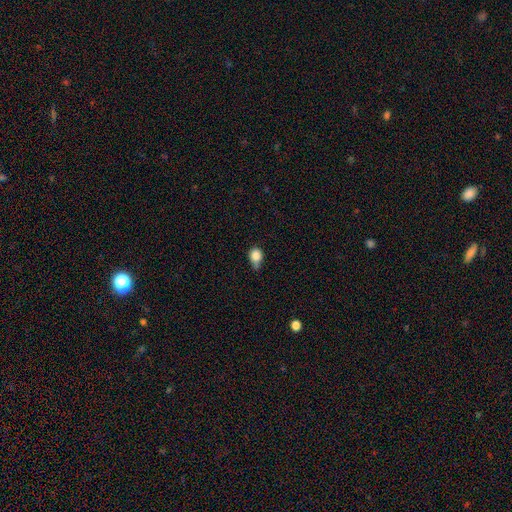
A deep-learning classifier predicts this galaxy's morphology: Overall: smooth (83%). How rounded: round (58%; in between 40%). Merging: minor disturbance (47%; none 36%).